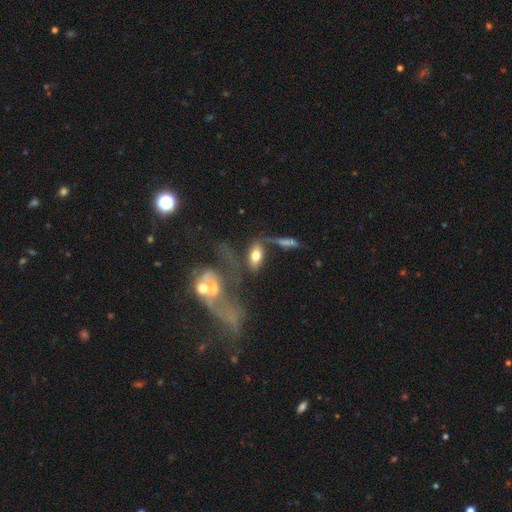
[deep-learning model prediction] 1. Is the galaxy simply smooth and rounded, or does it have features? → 66% smooth, 26% featured or disk, 9% star or artifact.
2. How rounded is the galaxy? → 87% in between, 8% cigar-shaped, 5% round.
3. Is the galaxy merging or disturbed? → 41% none, 27% merger, 17% minor disturbance, 16% major disturbance.